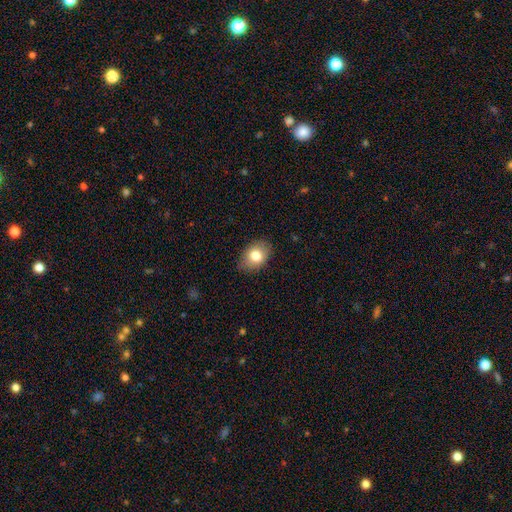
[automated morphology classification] Smooth or featured?
  - smooth: 79% *
  - featured or disk: 13%
  - star or artifact: 8%
How rounded?
  - in between: 78% *
  - round: 21%
  - cigar-shaped: 1%
Merging?
  - none: 82% *
  - minor disturbance: 14%
  - major disturbance: 3%
  - merger: 1%